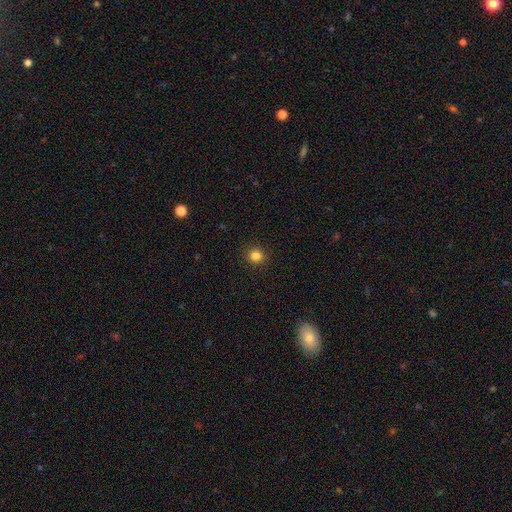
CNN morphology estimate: Smooth or featured?
  - smooth: 83% *
  - star or artifact: 12%
  - featured or disk: 4%
How rounded?
  - round: 91% *
  - in between: 8%
  - cigar-shaped: 1%
Merging?
  - none: 92% *
  - minor disturbance: 5%
  - major disturbance: 2%
  - merger: 1%